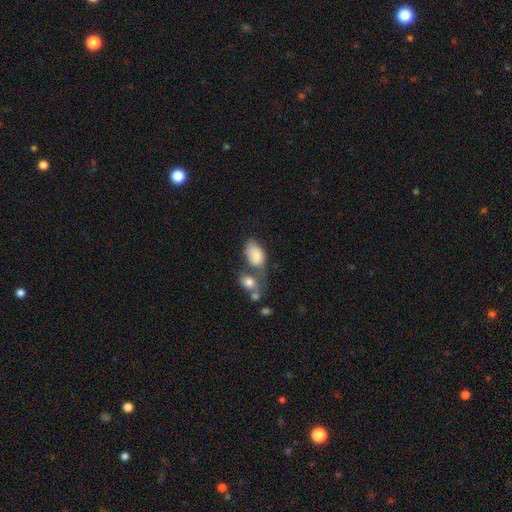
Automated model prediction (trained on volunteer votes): Smooth or featured? smooth (82%)
How rounded? in between (90%)
Merging? merger (44%)